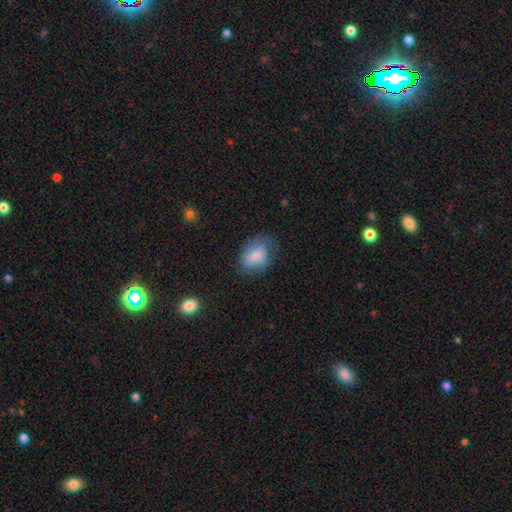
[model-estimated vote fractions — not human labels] This appears to be a smooth galaxy with no disk features (77%) that is in between round and cigar-shaped (77%). Merging: none (57%).